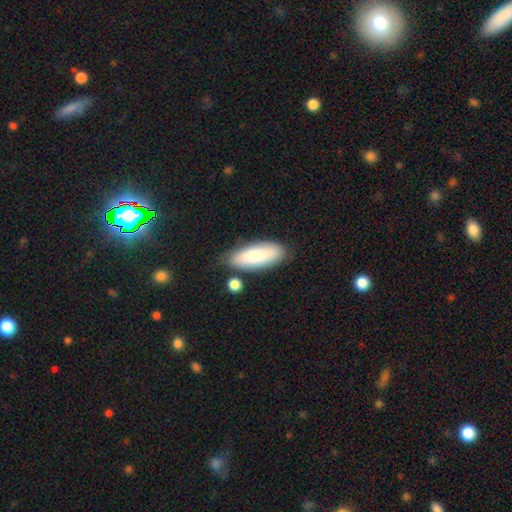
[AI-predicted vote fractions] This is likely a smooth galaxy (78%). How rounded: likely in between (71%). Merging: likely none (74%).